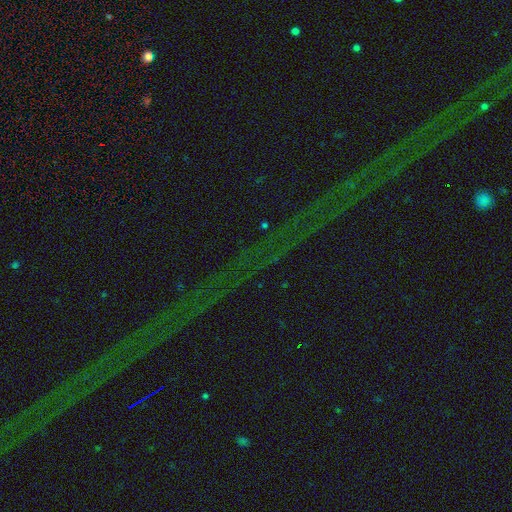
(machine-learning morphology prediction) star or artifact 77%, featured or disk 13%, smooth 10%.